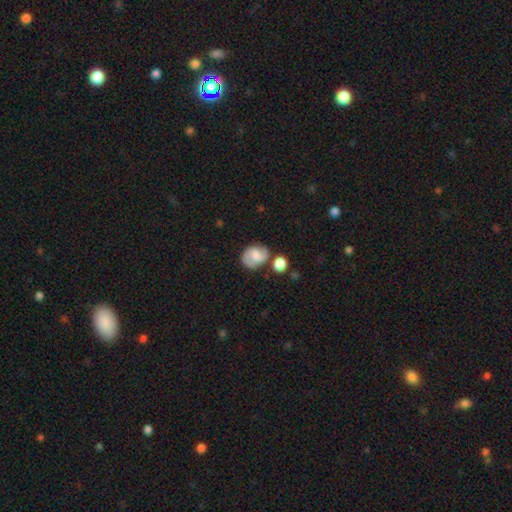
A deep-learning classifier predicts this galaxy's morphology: Smooth or featured? Predicted: smooth (p=0.46). Merging? Predicted: none (p=0.59).